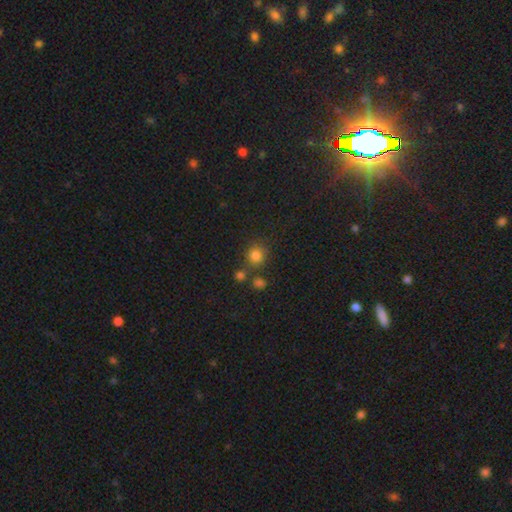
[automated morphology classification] This is likely a smooth galaxy (79%). How rounded: clearly round (84%). Merging: likely none (68%).